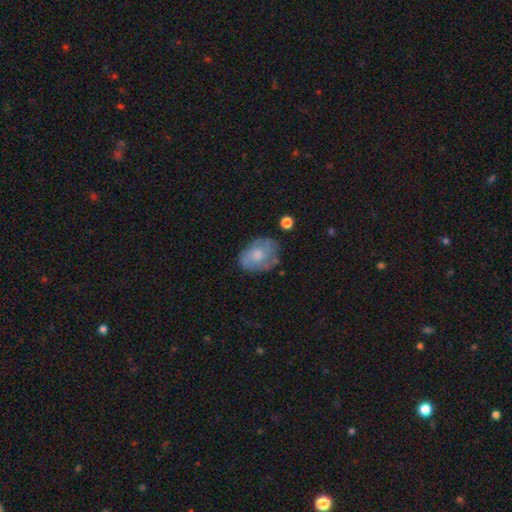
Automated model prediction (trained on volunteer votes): Q: Smooth or featured?
A: smooth (52%); runner-up: featured or disk (39%)
Q: How rounded?
A: in between (69%); runner-up: round (29%)
Q: Merging?
A: none (66%); runner-up: minor disturbance (24%)